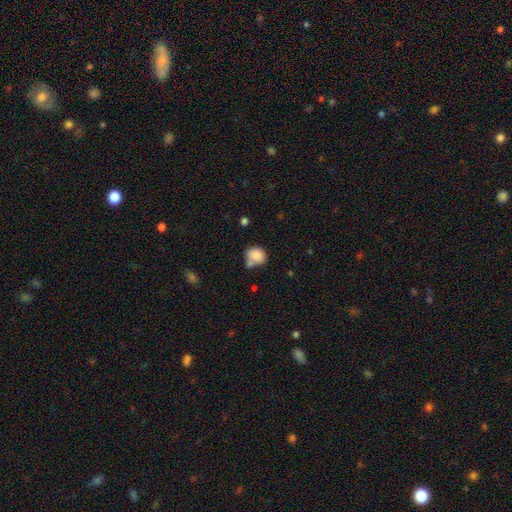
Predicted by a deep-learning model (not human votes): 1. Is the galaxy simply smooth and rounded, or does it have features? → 84% smooth, 9% star or artifact, 7% featured or disk.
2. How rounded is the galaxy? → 65% round, 34% in between, 1% cigar-shaped.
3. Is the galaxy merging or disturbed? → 48% none, 28% merger, 18% minor disturbance, 6% major disturbance.